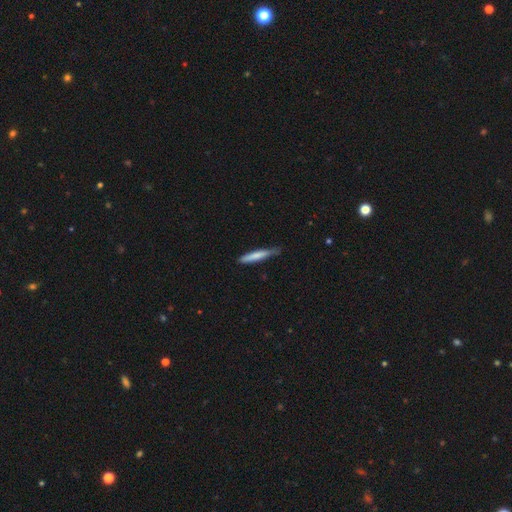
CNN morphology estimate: A smooth galaxy with no disk features (72%) that is cigar-shaped (93%). Merging: none (69%).